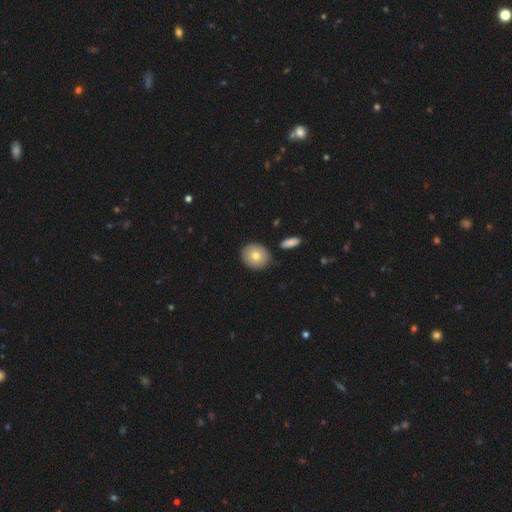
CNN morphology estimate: smooth_or_featured: smooth (p=0.76) [alt: featured or disk p=0.16]
how_rounded: round (p=0.81) [alt: in between p=0.18]
merging: none (p=0.86) [alt: minor disturbance p=0.08]